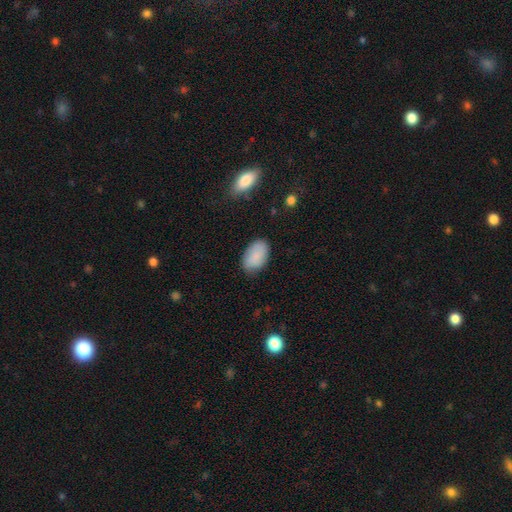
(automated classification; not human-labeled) Smooth or featured? Predicted: smooth (p=0.86). How rounded? Predicted: in between (p=0.93). Merging? Predicted: none (p=0.77).